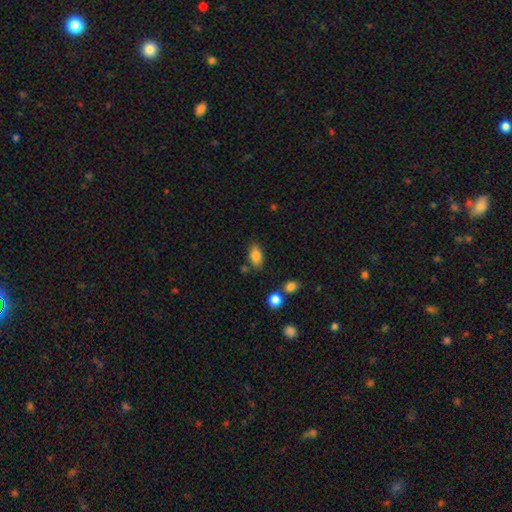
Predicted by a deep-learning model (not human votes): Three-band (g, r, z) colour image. It shows a smooth galaxy with no disk features (82%) that is in between round and cigar-shaped (89%). Merging: none (76%).